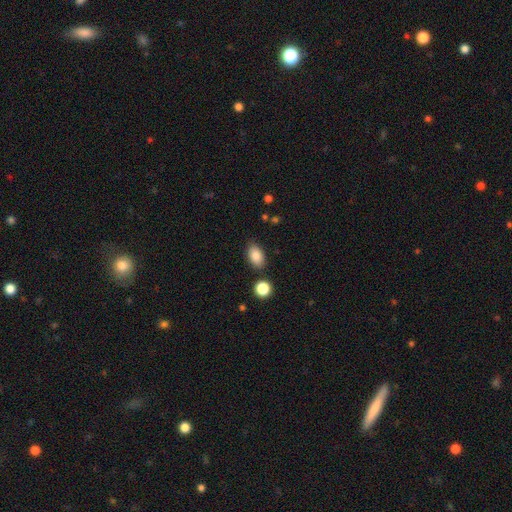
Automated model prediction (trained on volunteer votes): Overall: smooth (86%). How rounded: in between (90%). Merging: none (83%).